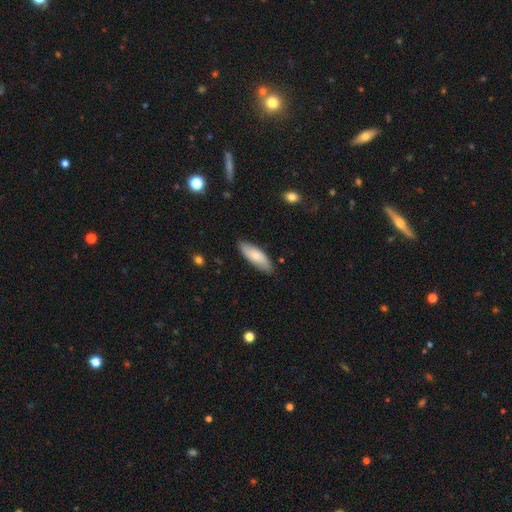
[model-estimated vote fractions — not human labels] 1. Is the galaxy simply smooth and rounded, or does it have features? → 78% smooth, 17% featured or disk, 5% star or artifact.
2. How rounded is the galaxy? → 66% in between, 32% cigar-shaped, 2% round.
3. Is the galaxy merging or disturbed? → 84% none, 13% minor disturbance, 2% major disturbance, 1% merger.